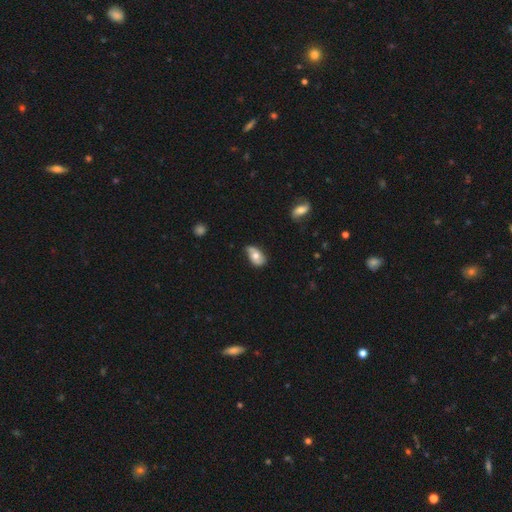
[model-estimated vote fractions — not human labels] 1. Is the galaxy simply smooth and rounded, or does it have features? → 57% smooth, 36% featured or disk, 7% star or artifact.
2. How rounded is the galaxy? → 90% in between, 8% round, 2% cigar-shaped.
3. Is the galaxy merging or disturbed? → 44% none, 41% minor disturbance, 11% major disturbance, 4% merger.